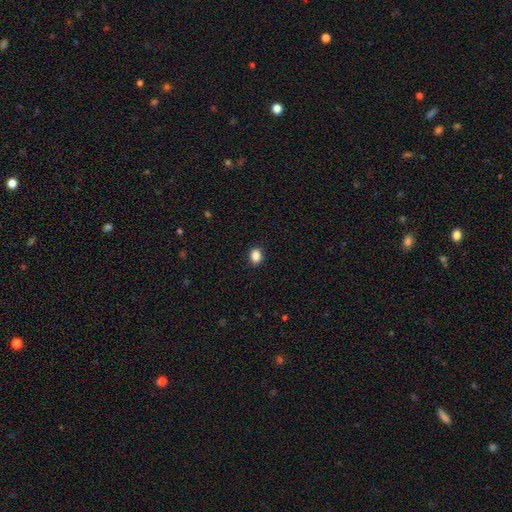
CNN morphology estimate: This appears to be a smooth galaxy with no disk features (87%) that is in between round and cigar-shaped (55%). Merging: none (90%).